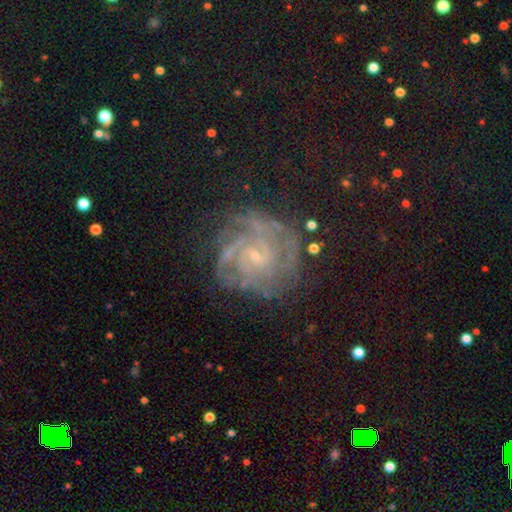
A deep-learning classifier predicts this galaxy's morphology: The model was most divided on "spiral arm count": can't tell: 29%, 3: 21%, 4: 17%, 2: 17%, more than 4: 8%, 1: 7%. More confident: edge-on disk — no (98%); spiral arms — yes (95%); smooth or featured — featured or disk (84%); bulge size — small (82%); merging — none (70%); spiral winding — tight (67%); bar — no (56%).